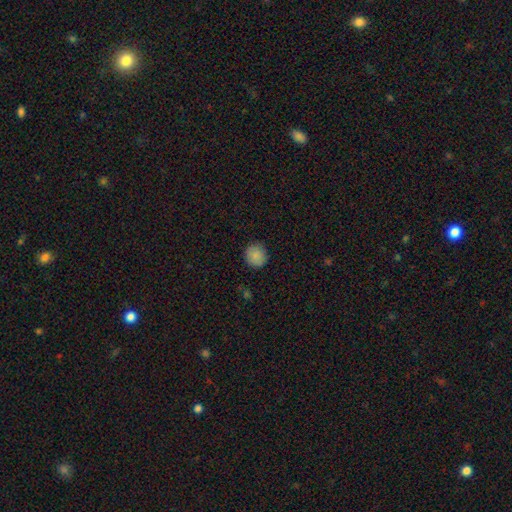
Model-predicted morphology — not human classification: Smooth or featured? Predicted: smooth (p=0.87). How rounded? Predicted: round (p=0.87). Merging? Predicted: none (p=0.88).